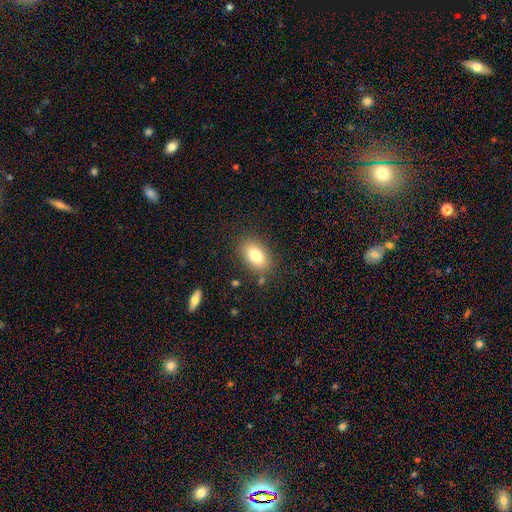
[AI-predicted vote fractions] Smooth or featured: smooth — 79% (featured or disk — 12%)
How rounded: in between — 86% (round — 12%)
Merging: none — 83% (minor disturbance — 11%)